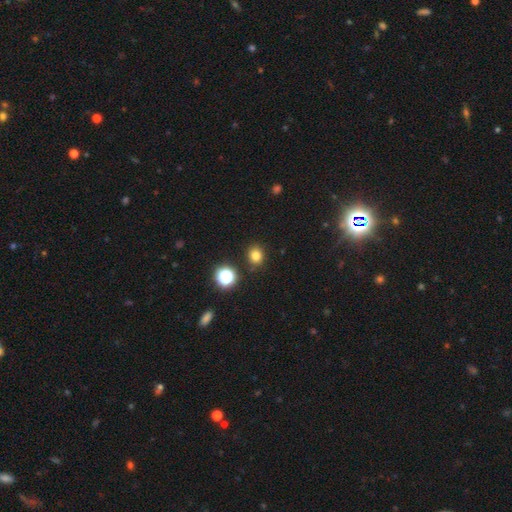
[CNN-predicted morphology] A smooth galaxy with no disk features (78%) that is round (70%).

Vote fractions:
- Smooth or featured? smooth: 78% / star or artifact: 16% / featured or disk: 6%
- How rounded? round: 70% / in between: 29% / cigar-shaped: 1%
- Merging? none: 88% / minor disturbance: 7% / merger: 2% / major disturbance: 2%